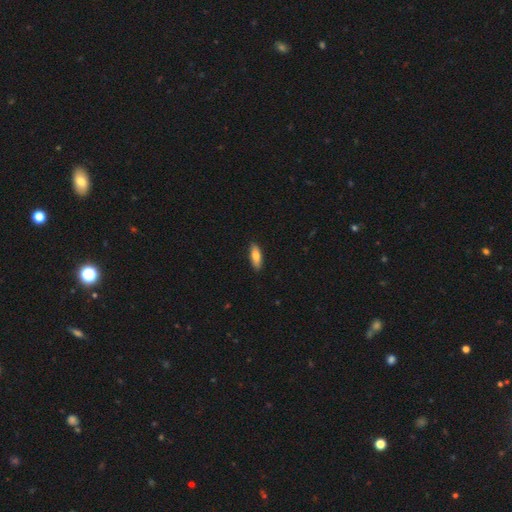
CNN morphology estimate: smooth-or-featured: smooth: 78% | featured or disk: 16% | star or artifact: 6%
  how-rounded: in between: 63% | cigar-shaped: 35% | round: 2%
  merging: none: 88% | minor disturbance: 9% | major disturbance: 2% | merger: 1%